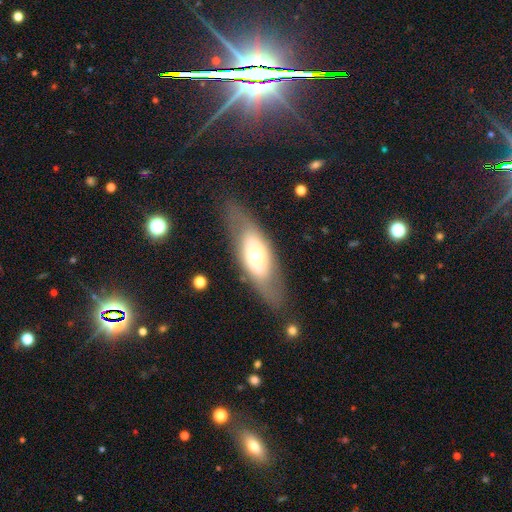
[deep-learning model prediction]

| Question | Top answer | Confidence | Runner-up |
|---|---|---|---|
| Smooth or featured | featured or disk | 56% | smooth (38%) |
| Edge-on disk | no | 76% | yes (24%) |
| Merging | none | 76% | minor disturbance (14%) |